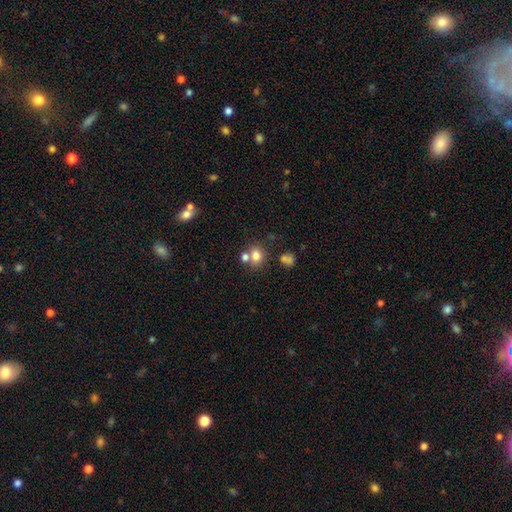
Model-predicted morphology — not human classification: Overall: smooth (77%). How rounded: round (68%; in between 31%). Merging: none (54%; merger 33%).